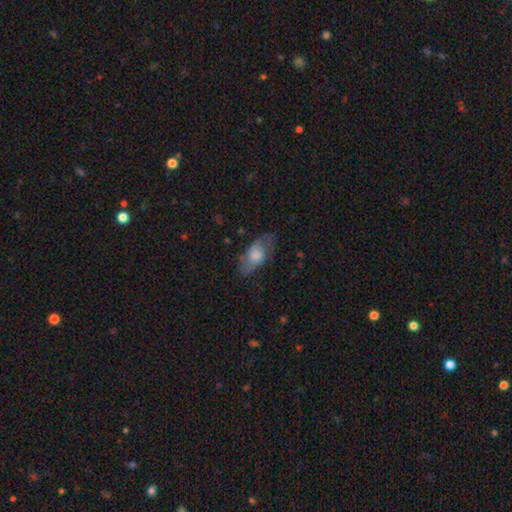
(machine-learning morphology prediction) Smooth or featured: smooth — 52% (featured or disk — 39%)
How rounded: in between — 83% (cigar-shaped — 11%)
Merging: none — 69% (minor disturbance — 20%)